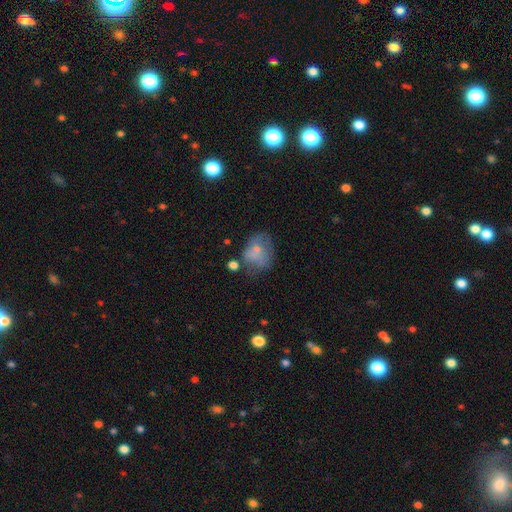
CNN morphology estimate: A smooth galaxy with no disk features (61%) that is in between round and cigar-shaped (56%).

Vote fractions:
- Smooth or featured? smooth: 61% / featured or disk: 28% / star or artifact: 11%
- How rounded? in between: 56% / round: 43% / cigar-shaped: 1%
- Merging? none: 37% / minor disturbance: 29% / major disturbance: 23% / merger: 12%